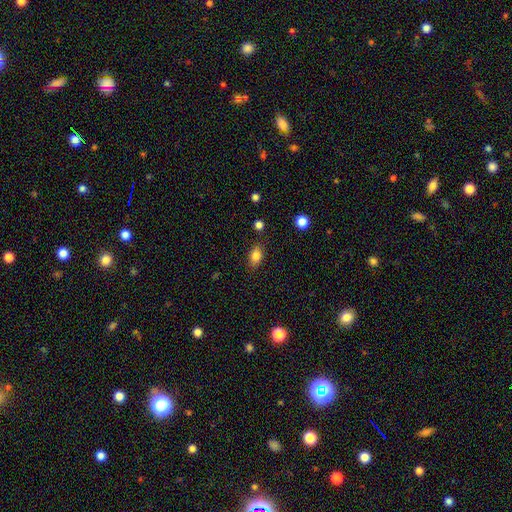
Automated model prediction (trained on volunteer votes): This appears to be a smooth galaxy with no disk features (84%) that is in between round and cigar-shaped (82%). Merging: none (83%).